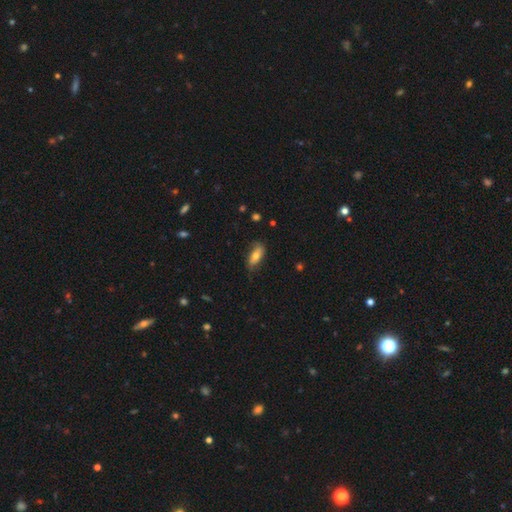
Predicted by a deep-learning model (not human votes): This is likely a smooth galaxy (66%). How rounded: likely in between (79%). Merging: likely none (64%).